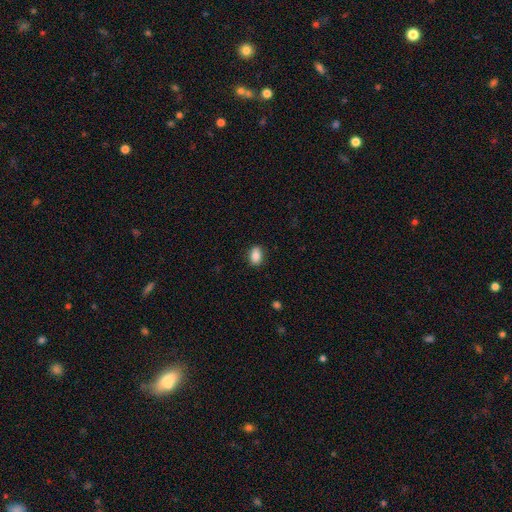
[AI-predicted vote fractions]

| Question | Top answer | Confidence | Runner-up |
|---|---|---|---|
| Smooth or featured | smooth | 86% | star or artifact (8%) |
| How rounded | in between | 80% | round (18%) |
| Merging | none | 87% | minor disturbance (10%) |